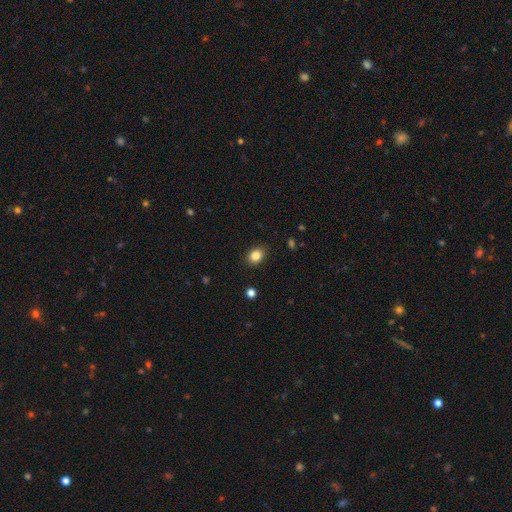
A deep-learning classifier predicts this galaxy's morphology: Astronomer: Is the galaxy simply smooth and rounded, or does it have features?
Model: smooth — 85%.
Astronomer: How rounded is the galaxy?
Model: in between — 54% (runner-up: round, 45%).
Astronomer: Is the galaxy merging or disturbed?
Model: none — 88%.